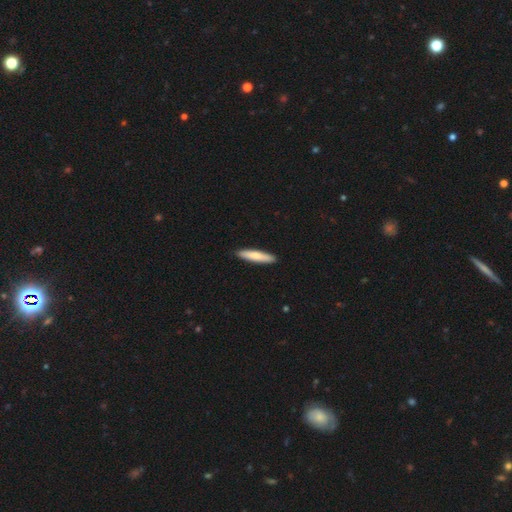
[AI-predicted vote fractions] Smooth or featured?
  - smooth: 77% *
  - featured or disk: 18%
  - star or artifact: 5%
How rounded?
  - cigar-shaped: 86% *
  - in between: 12%
  - round: 1%
Merging?
  - none: 91% *
  - minor disturbance: 6%
  - major disturbance: 1%
  - merger: 1%